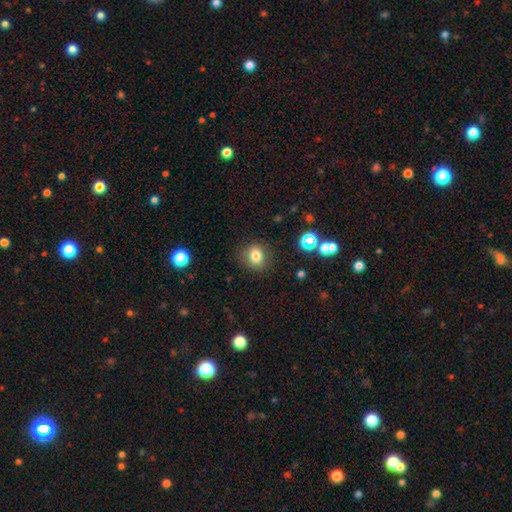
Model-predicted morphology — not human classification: A smooth galaxy with no disk features (79%) that is round (71%).

Vote fractions:
- Smooth or featured? smooth: 79% / star or artifact: 13% / featured or disk: 8%
- How rounded? round: 71% / in between: 28% / cigar-shaped: 1%
- Merging? none: 82% / minor disturbance: 12% / major disturbance: 4% / merger: 2%